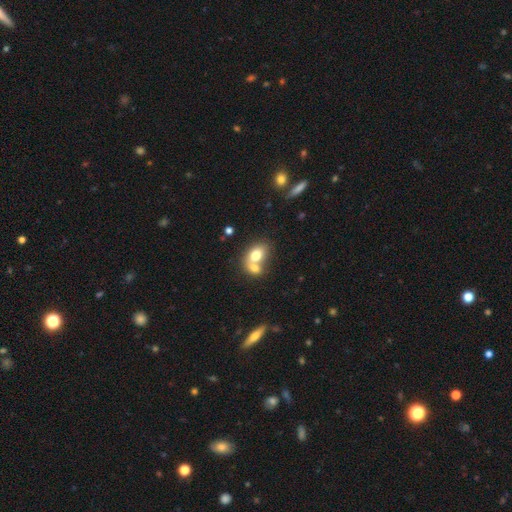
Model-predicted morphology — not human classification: A smooth galaxy with no disk features (73%) that is in between round and cigar-shaped (74%). Merging: merger (63%).